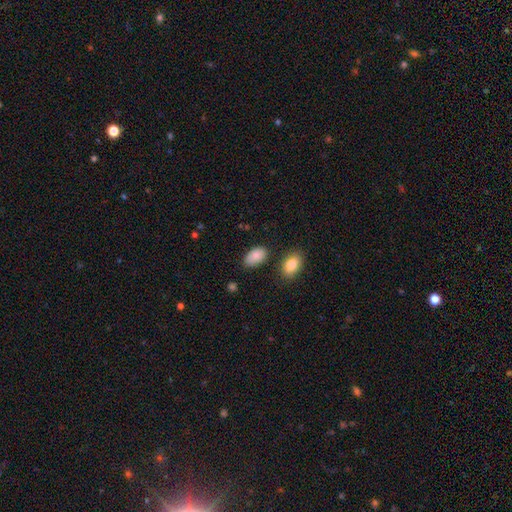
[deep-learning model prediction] Smooth or featured?
  - smooth: 86% *
  - star or artifact: 7%
  - featured or disk: 6%
How rounded?
  - in between: 93% *
  - round: 5%
  - cigar-shaped: 2%
Merging?
  - none: 76% *
  - minor disturbance: 17%
  - merger: 4%
  - major disturbance: 4%